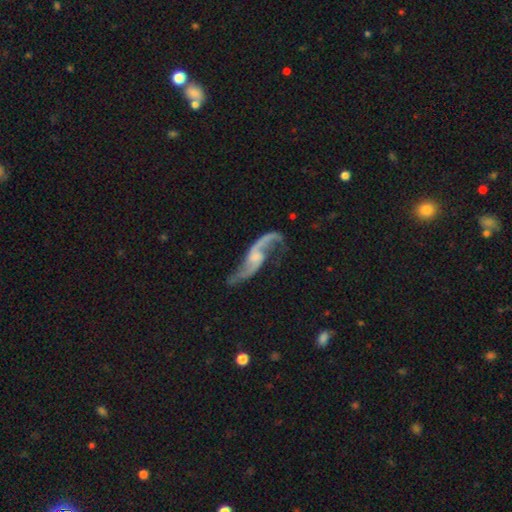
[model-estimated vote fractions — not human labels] Smooth or featured? Predicted: featured or disk (p=0.90). Edge-on disk? Predicted: no (p=0.94). Bar? Predicted: no (p=0.48). Spiral arms? Predicted: yes (p=0.97). Spiral winding? Predicted: loose (p=0.84). Spiral arm count? Predicted: 2 (p=0.93). Bulge size? Predicted: small (p=0.42). Merging? Predicted: none (p=0.70).